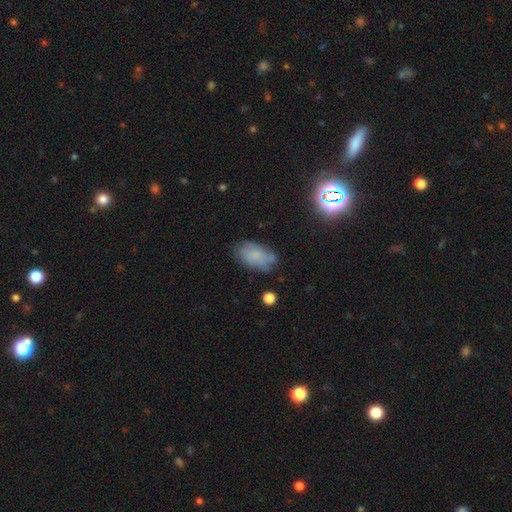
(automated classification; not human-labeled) Smooth or featured?
  - smooth: 70% *
  - featured or disk: 18%
  - star or artifact: 12%
How rounded?
  - in between: 92% *
  - round: 6%
  - cigar-shaped: 2%
Merging?
  - none: 65% *
  - minor disturbance: 25%
  - major disturbance: 8%
  - merger: 3%